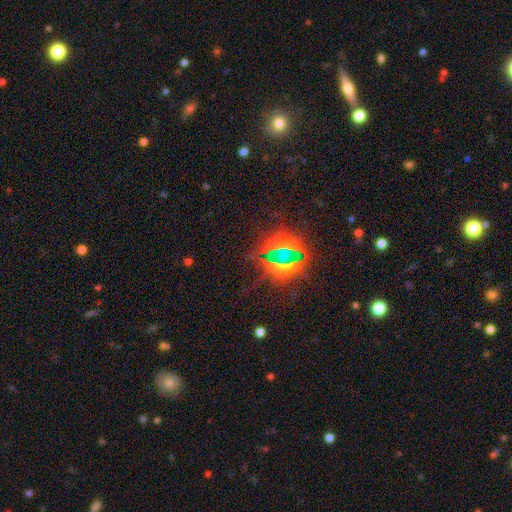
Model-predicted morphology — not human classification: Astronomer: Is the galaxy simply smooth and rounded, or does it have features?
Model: star or artifact — 77%.